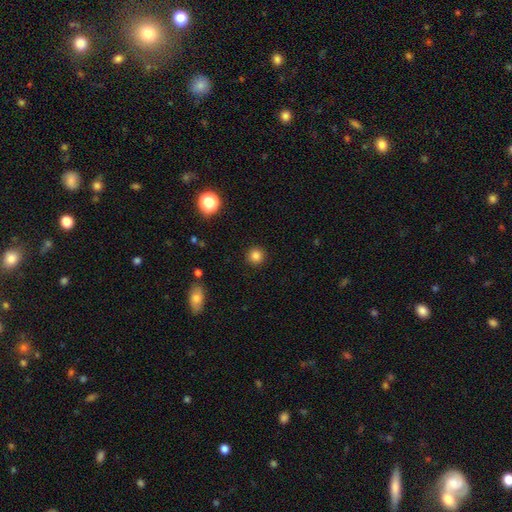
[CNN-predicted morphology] This is clearly a smooth galaxy (83%). How rounded: clearly round (94%). Merging: clearly none (92%).